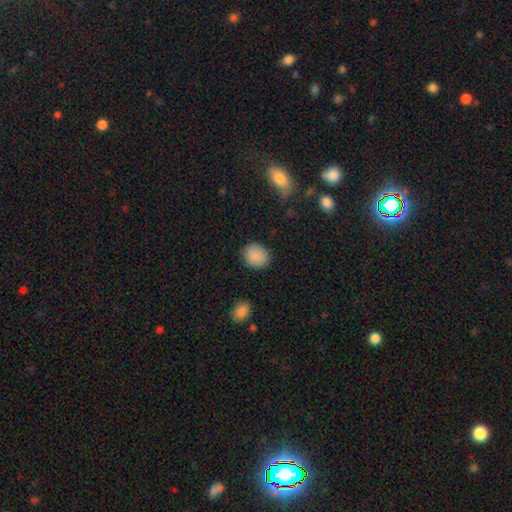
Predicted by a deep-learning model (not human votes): A smooth galaxy with no disk features (88%) that is round (65%).

Vote fractions:
- Smooth or featured? smooth: 88% / star or artifact: 8% / featured or disk: 4%
- How rounded? round: 65% / in between: 34% / cigar-shaped: 1%
- Merging? none: 86% / minor disturbance: 10% / major disturbance: 3% / merger: 1%